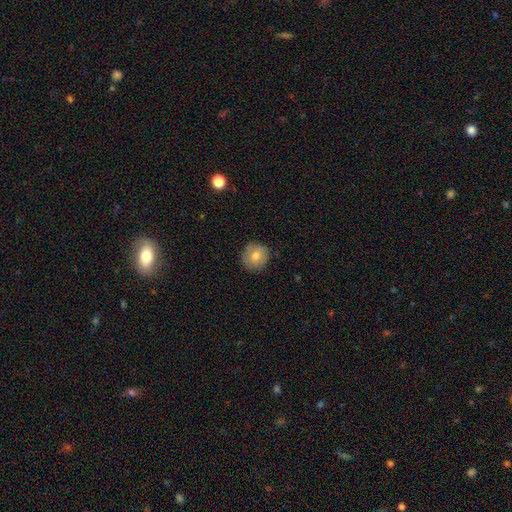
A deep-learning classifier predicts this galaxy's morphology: Smooth or featured?
  - smooth: 73% *
  - featured or disk: 17%
  - star or artifact: 10%
How rounded?
  - round: 92% *
  - in between: 7%
  - cigar-shaped: 1%
Merging?
  - none: 85% *
  - minor disturbance: 11%
  - major disturbance: 2%
  - merger: 1%